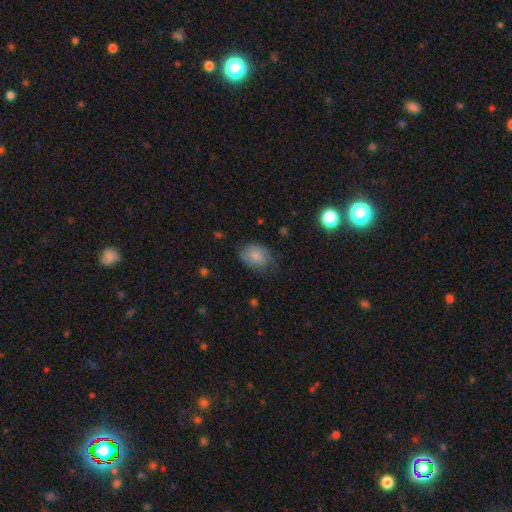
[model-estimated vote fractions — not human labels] A smooth galaxy with no disk features (77%) that is in between round and cigar-shaped (66%).

Vote fractions:
- Smooth or featured? smooth: 77% / featured or disk: 16% / star or artifact: 8%
- How rounded? in between: 66% / round: 33% / cigar-shaped: 1%
- Merging? none: 59% / minor disturbance: 29% / major disturbance: 11% / merger: 1%